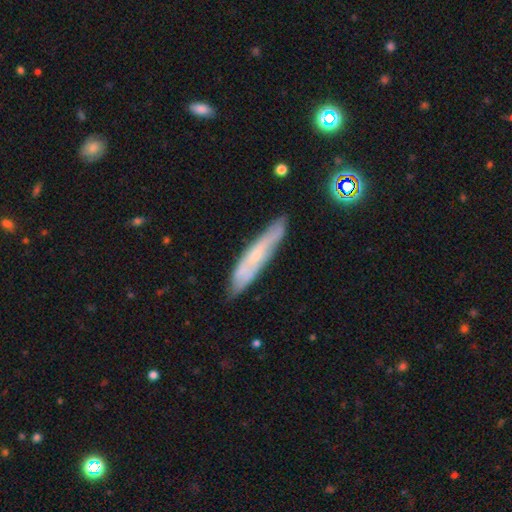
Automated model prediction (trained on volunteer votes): This appears to be a featured or disk galaxy (53%) viewed edge-on (61%). Merging: none (75%).